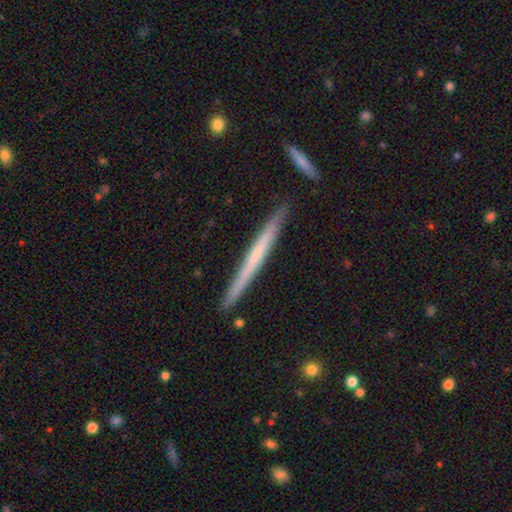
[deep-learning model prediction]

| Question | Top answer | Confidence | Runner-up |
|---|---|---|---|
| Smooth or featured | featured or disk | 51% | smooth (43%) |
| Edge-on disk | yes | 97% | no (3%) |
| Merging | none | 89% | minor disturbance (8%) |